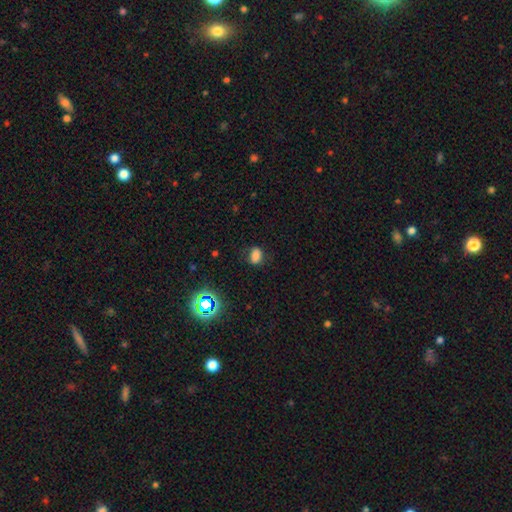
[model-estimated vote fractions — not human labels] Smooth or featured? Predicted: smooth (p=0.73). How rounded? Predicted: in between (p=0.72). Merging? Predicted: none (p=0.76).